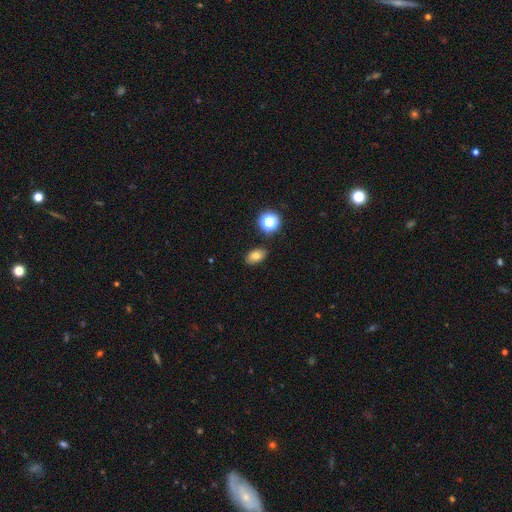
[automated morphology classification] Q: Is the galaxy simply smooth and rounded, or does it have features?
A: smooth — 76%.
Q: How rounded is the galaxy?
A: in between — 85%.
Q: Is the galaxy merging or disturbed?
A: none — 86%.